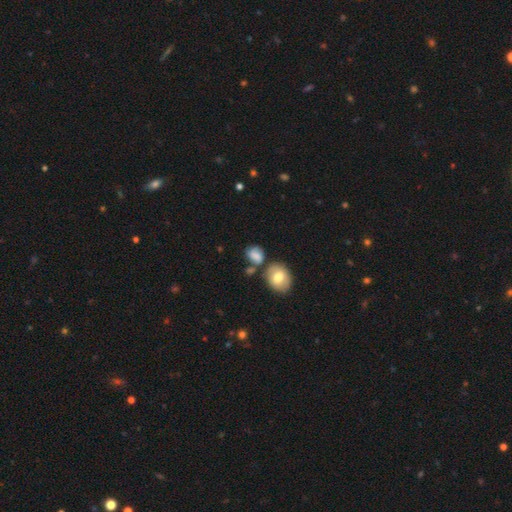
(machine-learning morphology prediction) This appears to be a smooth galaxy with no disk features (74%) that is in between round and cigar-shaped (57%). Merging: none (52%).